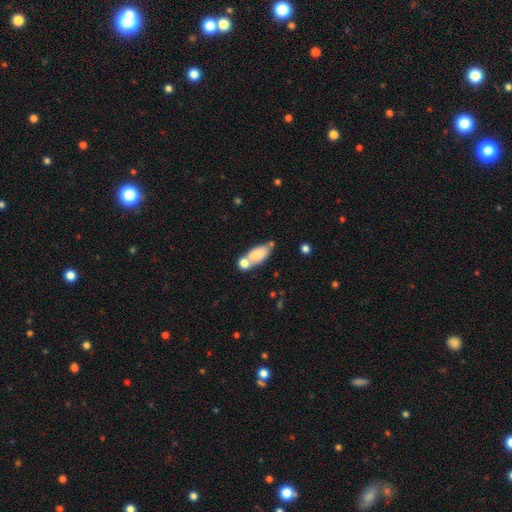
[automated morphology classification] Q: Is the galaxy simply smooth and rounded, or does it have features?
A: smooth — 78%.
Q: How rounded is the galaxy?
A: in between — 82%.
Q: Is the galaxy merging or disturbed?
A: none — 43%.